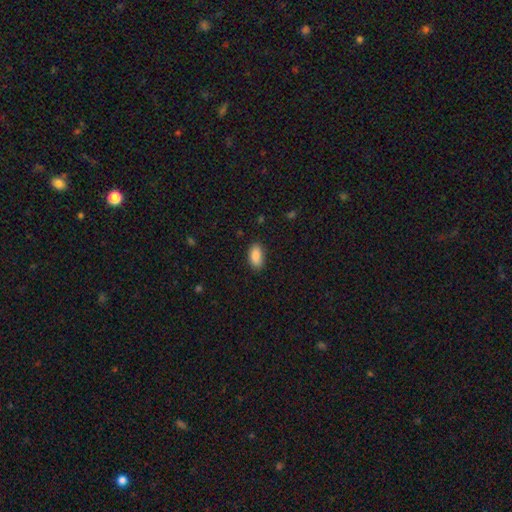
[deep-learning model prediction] Smooth or featured?
  - smooth: 88% *
  - star or artifact: 7%
  - featured or disk: 5%
How rounded?
  - in between: 93% *
  - cigar-shaped: 4%
  - round: 3%
Merging?
  - none: 86% *
  - minor disturbance: 10%
  - major disturbance: 2%
  - merger: 1%